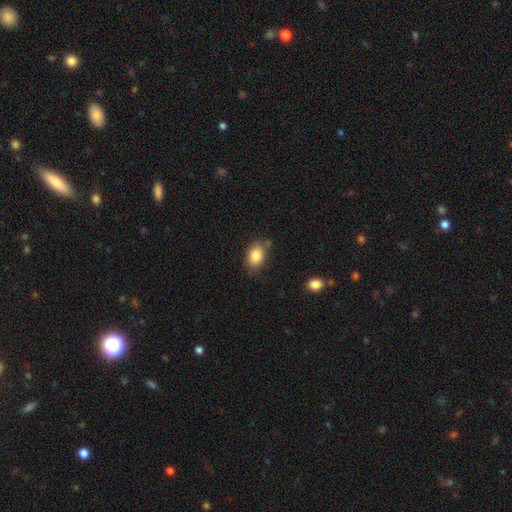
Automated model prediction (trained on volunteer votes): Smooth or featured? smooth (84%)
How rounded? in between (83%)
Merging? none (74%)